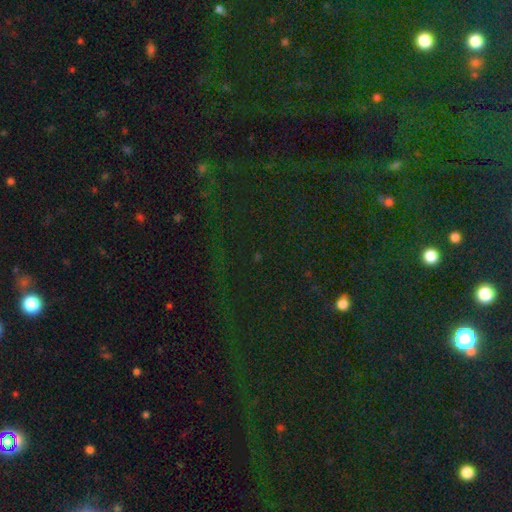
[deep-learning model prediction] Smooth or featured?
  - star or artifact: 80% *
  - smooth: 11%
  - featured or disk: 9%